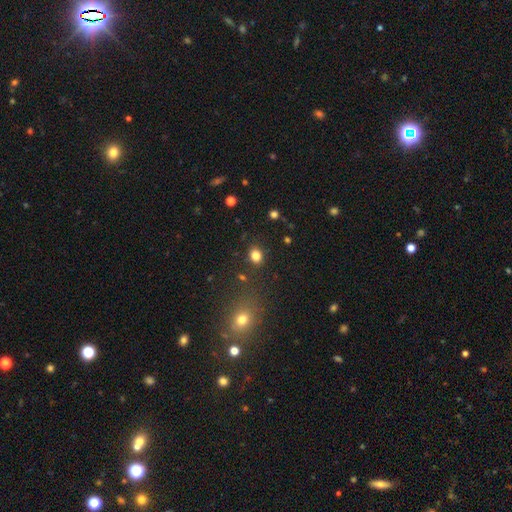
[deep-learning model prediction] Smooth or featured? smooth (82%)
How rounded? round (53%)
Merging? none (86%)